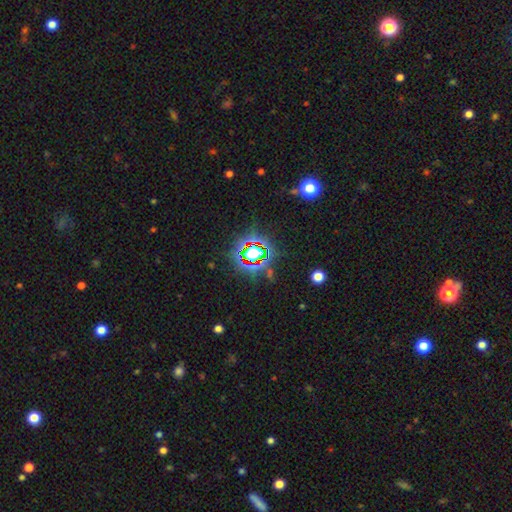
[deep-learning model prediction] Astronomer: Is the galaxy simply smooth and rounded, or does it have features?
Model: star or artifact — 74%.